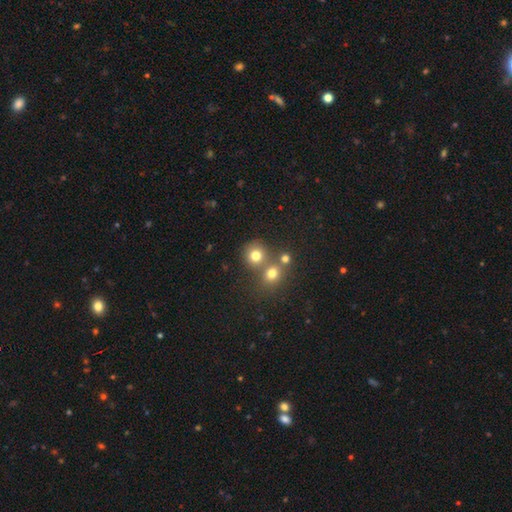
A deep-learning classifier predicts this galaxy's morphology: Smooth or featured? smooth (76%)
How rounded? round (87%)
Merging? none (59%)